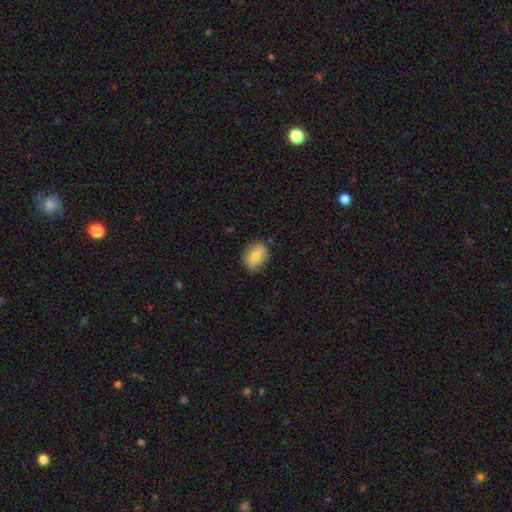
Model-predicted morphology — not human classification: This is likely a smooth galaxy (77%). How rounded: likely in between (68%). Merging: clearly none (81%).